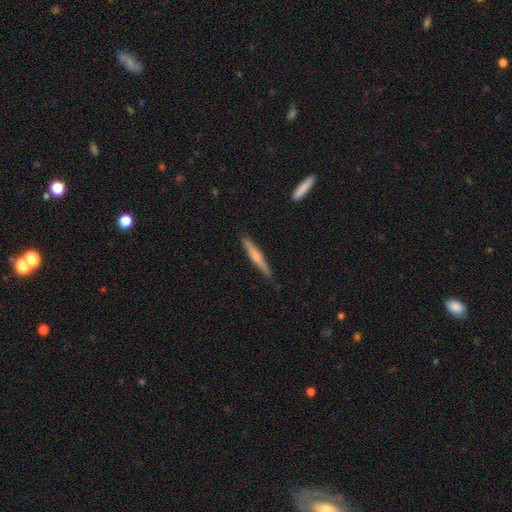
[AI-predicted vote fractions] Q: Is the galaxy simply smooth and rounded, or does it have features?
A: smooth — 54%.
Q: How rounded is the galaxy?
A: cigar-shaped — 95%.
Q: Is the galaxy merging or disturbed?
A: none — 89%.